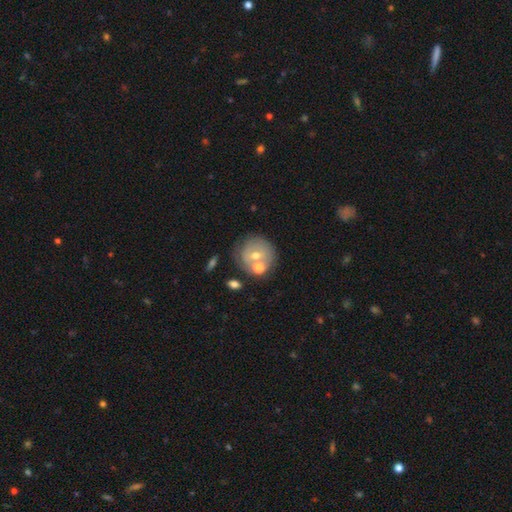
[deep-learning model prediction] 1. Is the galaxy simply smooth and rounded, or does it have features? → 46% smooth, 43% featured or disk, 11% star or artifact.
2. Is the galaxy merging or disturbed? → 61% none, 19% merger, 14% minor disturbance, 6% major disturbance.